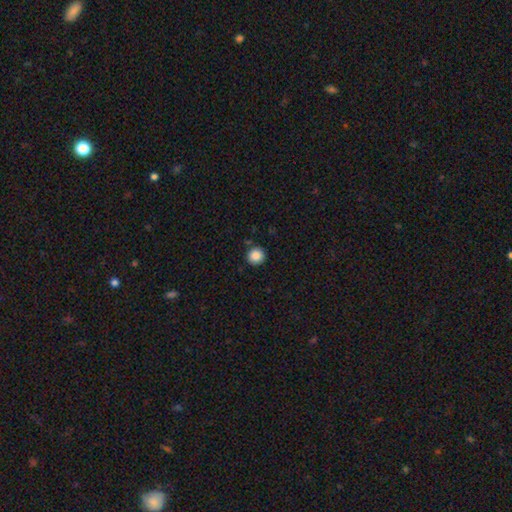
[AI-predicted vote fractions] A smooth galaxy with no disk features (87%) that is round (94%). Merging: none (89%).